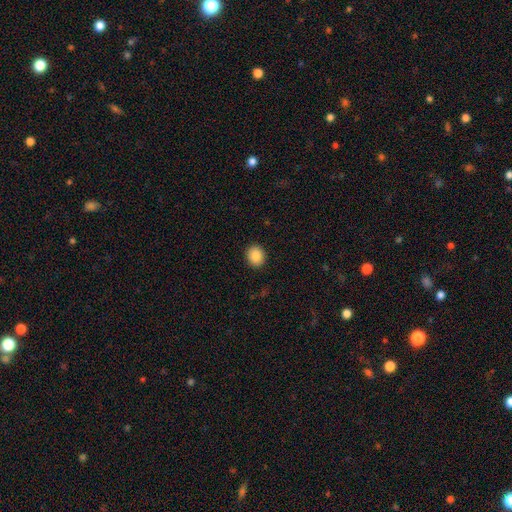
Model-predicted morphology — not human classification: Smooth or featured? Predicted: smooth (p=0.88). How rounded? Predicted: round (p=0.69). Merging? Predicted: none (p=0.91).